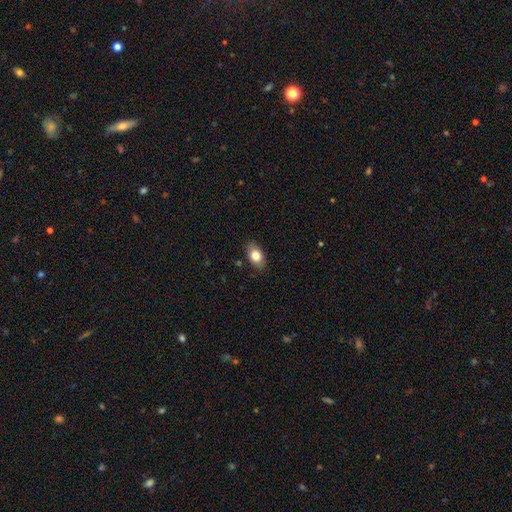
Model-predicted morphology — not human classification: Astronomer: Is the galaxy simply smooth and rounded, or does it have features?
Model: smooth — 80%.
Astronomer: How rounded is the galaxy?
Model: in between — 87%.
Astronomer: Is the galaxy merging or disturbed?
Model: none — 85%.